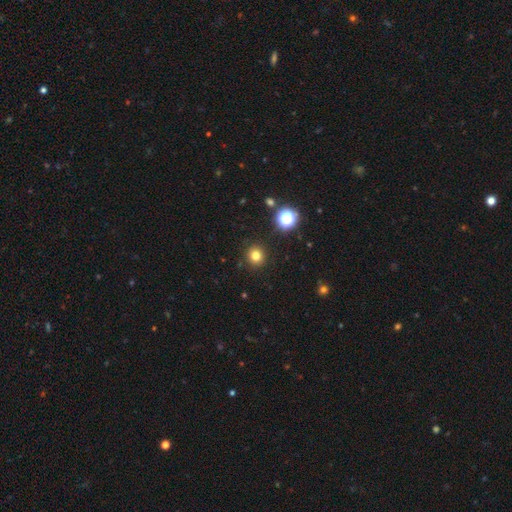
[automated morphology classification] This appears to be a smooth galaxy with no disk features (78%) that is round (91%). Merging: none (91%).